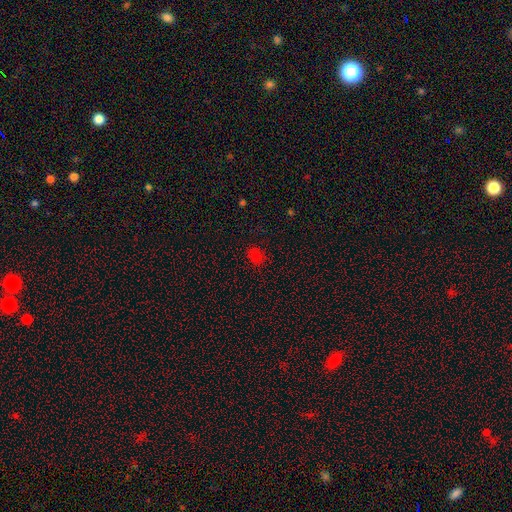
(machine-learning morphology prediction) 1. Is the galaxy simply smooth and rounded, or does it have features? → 77% smooth, 19% star or artifact, 4% featured or disk.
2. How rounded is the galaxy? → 50% round, 49% in between, 1% cigar-shaped.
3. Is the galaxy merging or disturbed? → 84% none, 12% minor disturbance, 3% major disturbance, 1% merger.